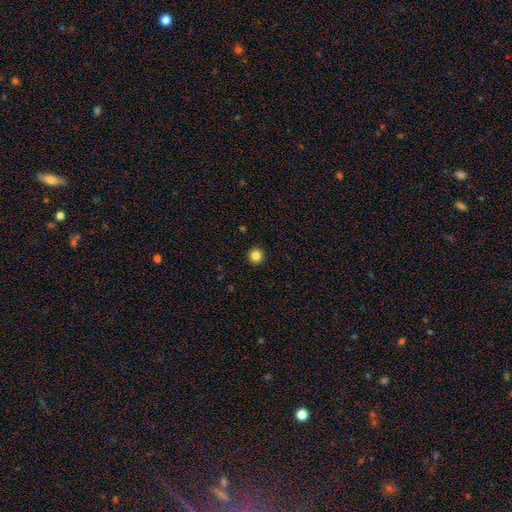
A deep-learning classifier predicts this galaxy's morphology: type=smooth (84%); roundness=round (95%); merging=none (93%).